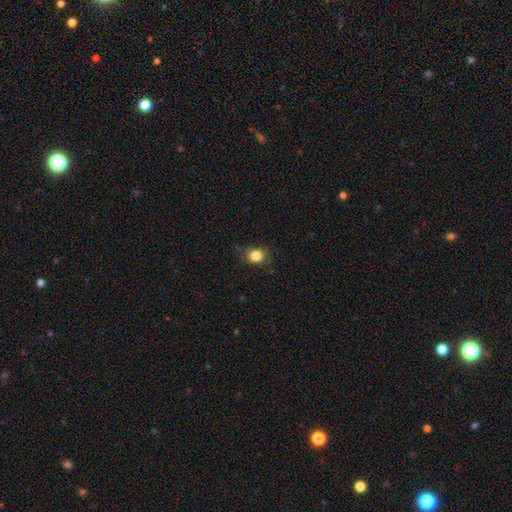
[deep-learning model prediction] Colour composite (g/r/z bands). It shows a smooth galaxy with no disk features (84%) that is round (77%). Merging: none (82%).